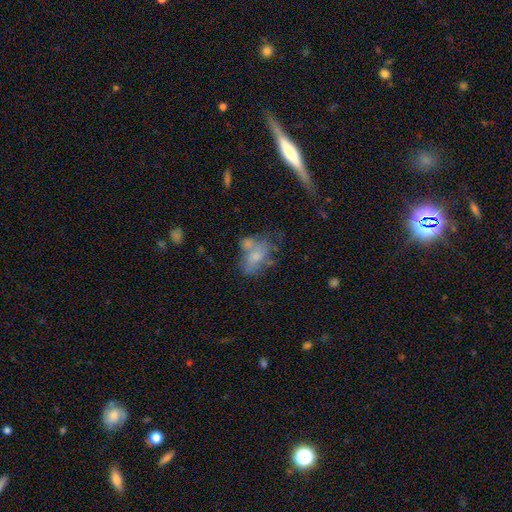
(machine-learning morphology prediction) A smooth galaxy with no disk features (56%) that is in between round and cigar-shaped (83%).

Vote fractions:
- Smooth or featured? smooth: 56% / featured or disk: 33% / star or artifact: 10%
- How rounded? in between: 83% / round: 14% / cigar-shaped: 3%
- Merging? merger: 33% / none: 30% / minor disturbance: 20% / major disturbance: 18%